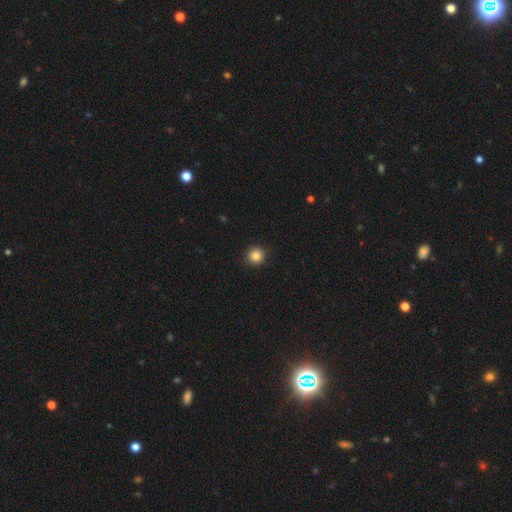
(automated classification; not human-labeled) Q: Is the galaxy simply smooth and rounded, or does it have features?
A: smooth — 85%.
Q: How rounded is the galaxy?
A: round — 94%.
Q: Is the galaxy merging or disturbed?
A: none — 92%.